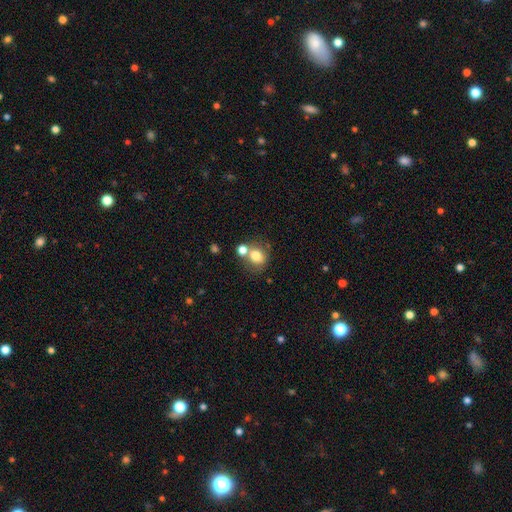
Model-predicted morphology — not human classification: This is likely a smooth galaxy (76%). How rounded: likely round (69%). Merging: possibly none (52%).